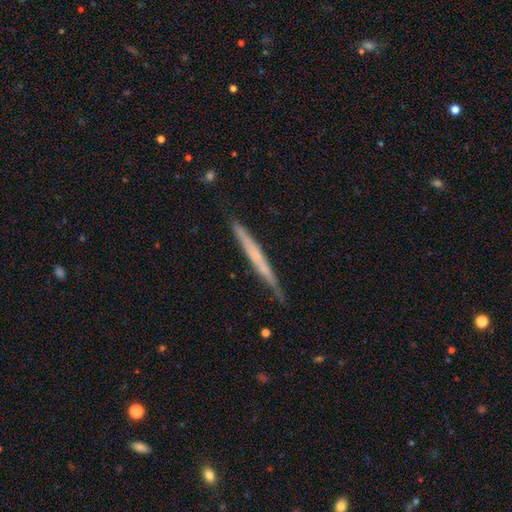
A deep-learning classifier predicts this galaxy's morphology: featured or disk 49%, smooth 45%, star or artifact 6%. Down the decision tree: merging — none (83%).